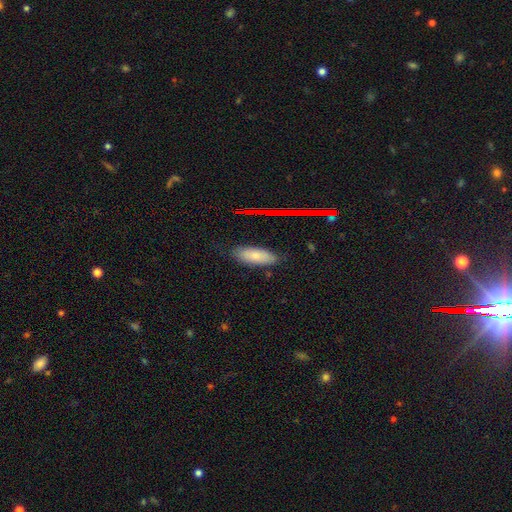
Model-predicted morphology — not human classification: The model was most divided on "how rounded": in between: 75%, cigar-shaped: 23%, round: 2%. More confident: merging — none (81%); smooth or featured — smooth (76%).